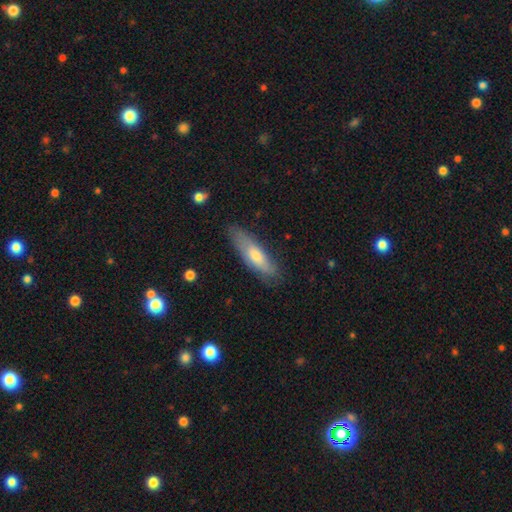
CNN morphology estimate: This appears to be a smooth galaxy with no disk features (61%) that is cigar-shaped (57%). Merging: none (76%).